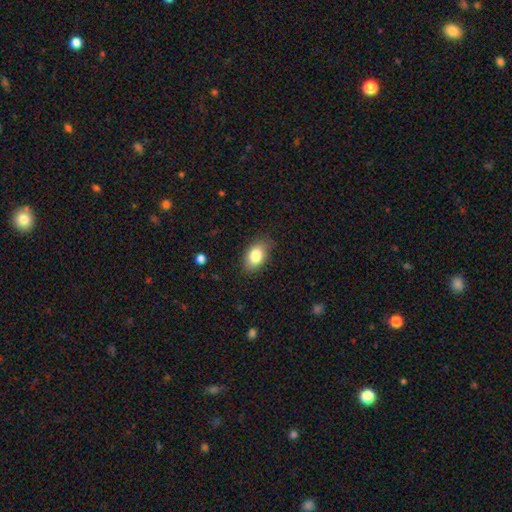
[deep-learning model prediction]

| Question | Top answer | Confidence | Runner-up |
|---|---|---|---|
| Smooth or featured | smooth | 83% | featured or disk (9%) |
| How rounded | in between | 87% | round (11%) |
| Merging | none | 81% | minor disturbance (15%) |